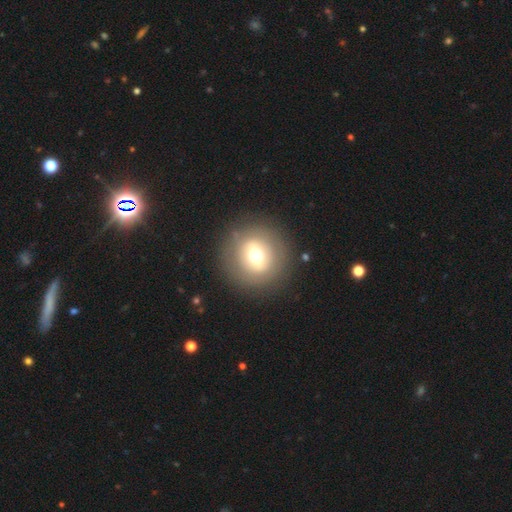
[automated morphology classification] A smooth galaxy with no disk features (51%) that is round (91%). Merging: none (86%).